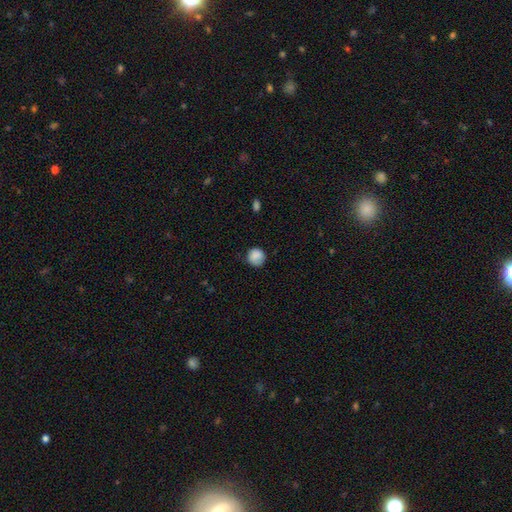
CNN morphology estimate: smooth_or_featured: smooth (p=0.87) [alt: star or artifact p=0.08]
how_rounded: round (p=0.90) [alt: in between p=0.10]
merging: none (p=0.75) [alt: minor disturbance p=0.20]